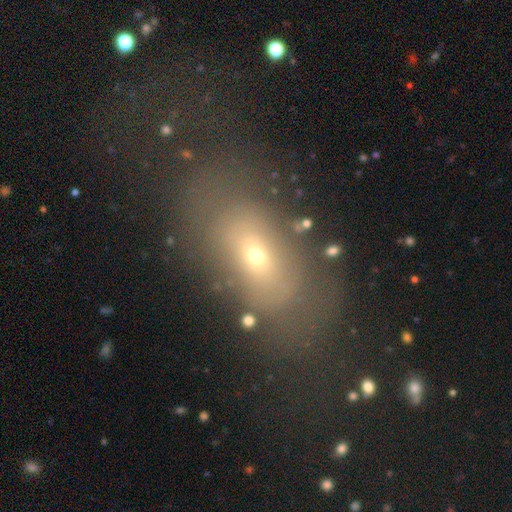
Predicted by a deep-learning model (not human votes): The model was most divided on "smooth or featured": smooth: 56%, featured or disk: 27%, star or artifact: 16%. More confident: how rounded — in between (80%); merging — none (55%).